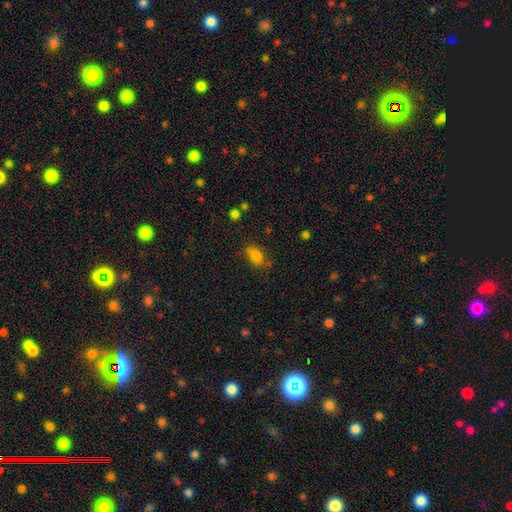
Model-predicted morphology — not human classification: smooth-or-featured: smooth: 81% | star or artifact: 10% | featured or disk: 8%
  how-rounded: in between: 86% | round: 10% | cigar-shaped: 4%
  merging: none: 71% | minor disturbance: 20% | major disturbance: 6% | merger: 4%